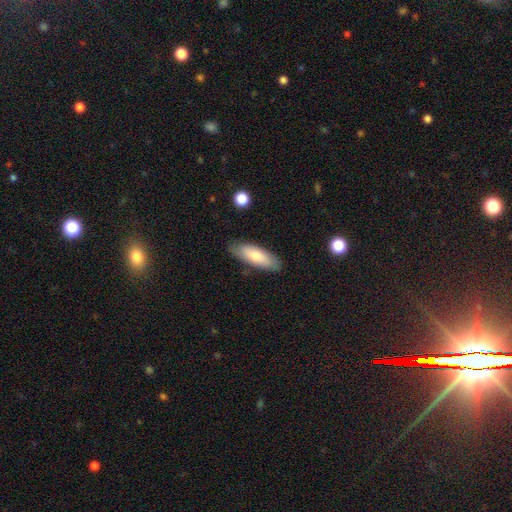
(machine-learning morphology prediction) Q: Smooth or featured?
A: smooth (73%); runner-up: featured or disk (21%)
Q: How rounded?
A: in between (63%); runner-up: cigar-shaped (36%)
Q: Merging?
A: none (81%); runner-up: minor disturbance (15%)